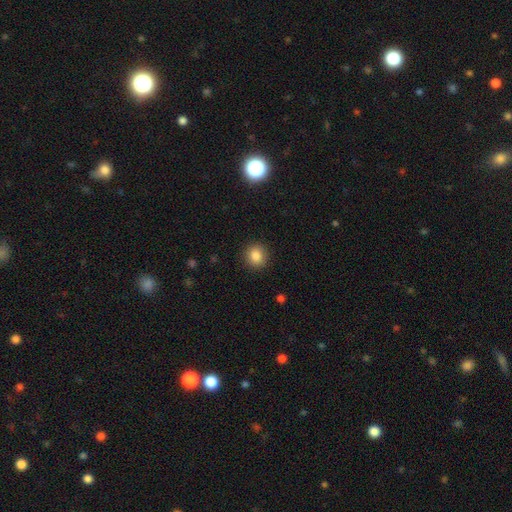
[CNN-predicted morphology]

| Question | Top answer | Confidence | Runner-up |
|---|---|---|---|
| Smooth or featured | smooth | 84% | star or artifact (10%) |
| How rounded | round | 88% | in between (11%) |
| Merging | none | 91% | minor disturbance (6%) |